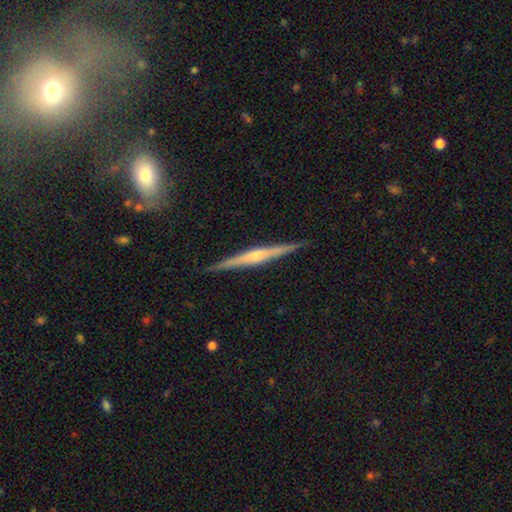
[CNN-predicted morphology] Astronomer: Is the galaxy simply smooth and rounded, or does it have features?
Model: featured or disk — 73%.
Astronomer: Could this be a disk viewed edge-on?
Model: yes — 98%.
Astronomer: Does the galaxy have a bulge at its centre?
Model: rounded — 59%.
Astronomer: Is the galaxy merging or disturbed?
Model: none — 91%.